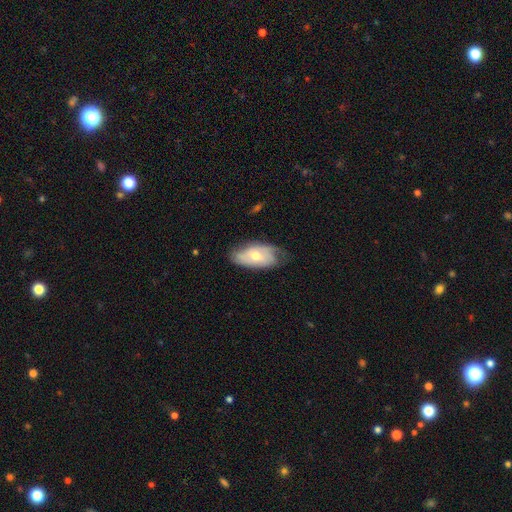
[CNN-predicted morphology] type=featured or disk (56%); edge-on=no (90%); bar=no (74%); spiral arms=yes (79%); bulge=moderate (58%); merging=none (58%).